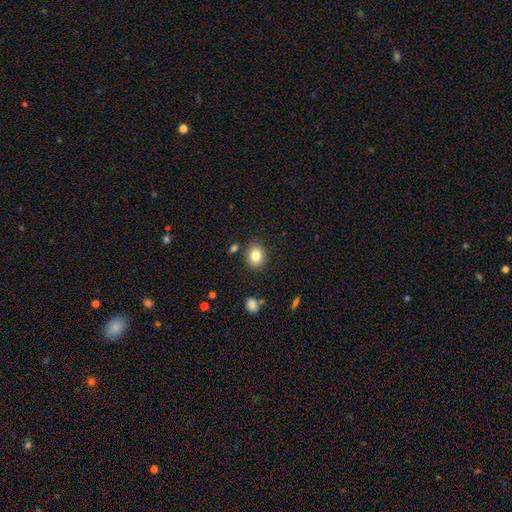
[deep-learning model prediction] smooth 83%, star or artifact 10%, featured or disk 7%. Down the decision tree: how rounded — round (55%); merging — none (86%).